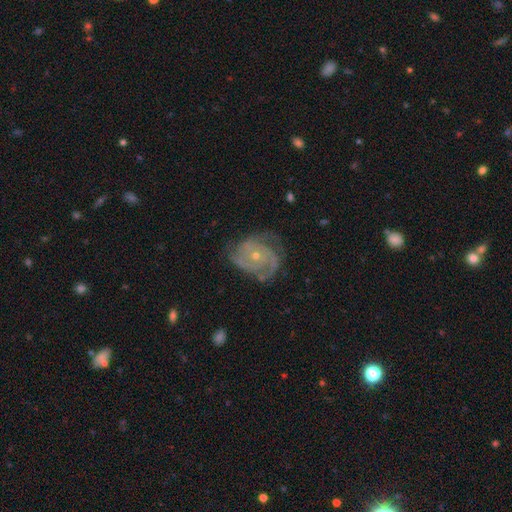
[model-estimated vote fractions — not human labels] Smooth or featured? featured or disk (87%)
Edge-on disk? no (98%)
Bar? no (78%)
Spiral arms? yes (96%)
Spiral winding? tight (58%)
Spiral arm count? 3 (41%)
Bulge size? small (65%)
Merging? none (66%)